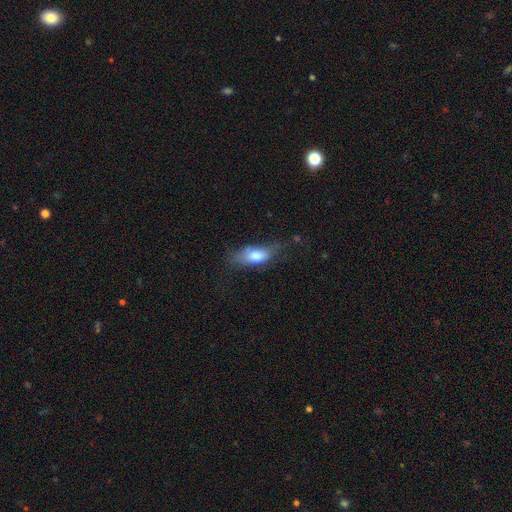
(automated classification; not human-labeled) Q: Smooth or featured?
A: smooth (75%); runner-up: featured or disk (17%)
Q: How rounded?
A: in between (82%); runner-up: cigar-shaped (14%)
Q: Merging?
A: none (48%); runner-up: minor disturbance (32%)